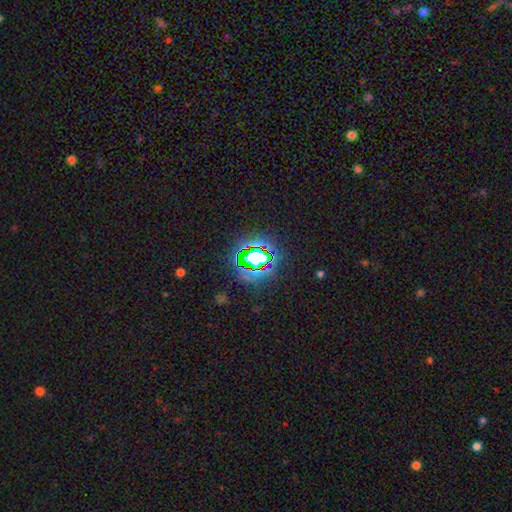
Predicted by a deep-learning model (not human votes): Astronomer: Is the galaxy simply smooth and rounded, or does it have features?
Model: star or artifact — 69%.